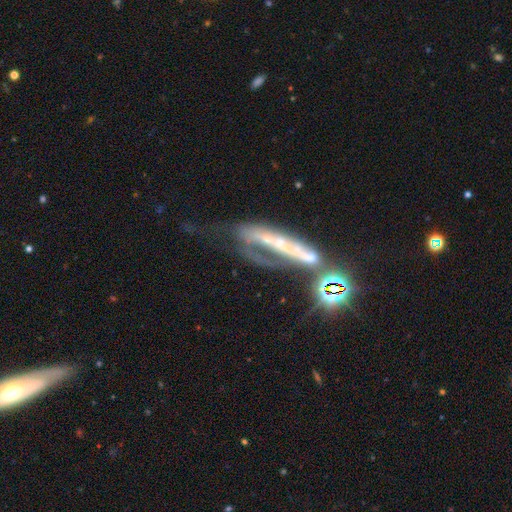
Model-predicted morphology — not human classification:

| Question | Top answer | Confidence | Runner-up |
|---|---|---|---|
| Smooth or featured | featured or disk | 62% | smooth (21%) |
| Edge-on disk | no | 51% | yes (49%) |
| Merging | major disturbance | 36% | merger (26%) |